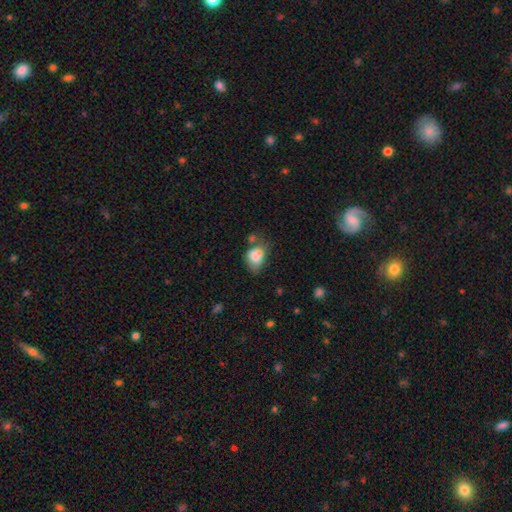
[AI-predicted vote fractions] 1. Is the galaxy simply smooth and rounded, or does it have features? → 74% smooth, 17% featured or disk, 9% star or artifact.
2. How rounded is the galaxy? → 64% in between, 35% round, 1% cigar-shaped.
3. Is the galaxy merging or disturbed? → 31% merger, 29% none, 26% minor disturbance, 14% major disturbance.